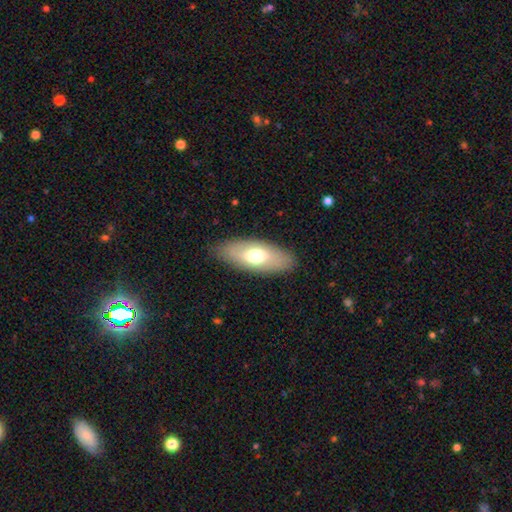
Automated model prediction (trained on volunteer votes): smooth-or-featured: smooth: 64% | featured or disk: 30% | star or artifact: 6%
  how-rounded: in between: 83% | cigar-shaped: 14% | round: 3%
  merging: none: 85% | minor disturbance: 11% | major disturbance: 3% | merger: 1%